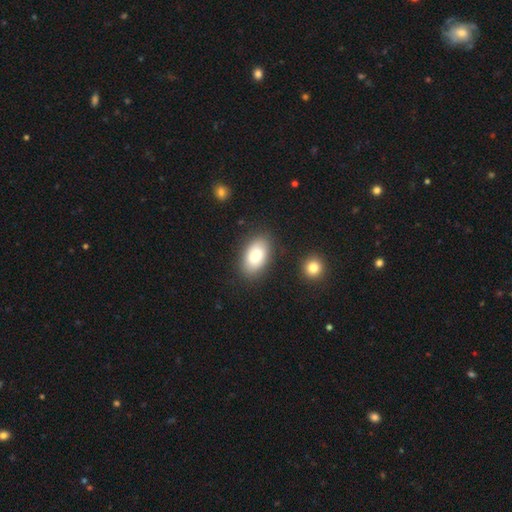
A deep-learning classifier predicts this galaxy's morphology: Smooth or featured?
  - smooth: 77% *
  - featured or disk: 16%
  - star or artifact: 8%
How rounded?
  - in between: 90% *
  - round: 8%
  - cigar-shaped: 1%
Merging?
  - none: 85% *
  - minor disturbance: 10%
  - major disturbance: 3%
  - merger: 2%